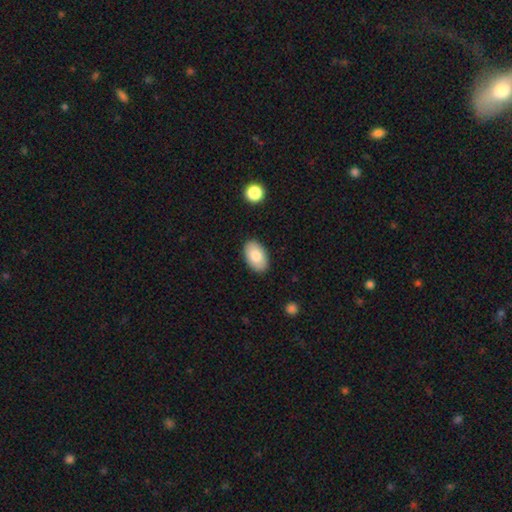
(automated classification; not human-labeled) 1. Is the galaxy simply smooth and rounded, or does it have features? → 82% smooth, 12% featured or disk, 6% star or artifact.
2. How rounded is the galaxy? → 94% in between, 5% round, 1% cigar-shaped.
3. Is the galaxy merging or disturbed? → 87% none, 9% minor disturbance, 2% major disturbance, 1% merger.